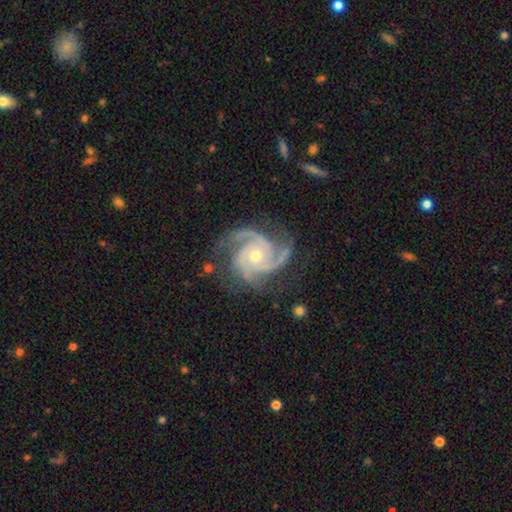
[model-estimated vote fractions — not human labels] smooth-or-featured: featured or disk: 94% | star or artifact: 4% | smooth: 2%
  disk-edge-on: no: 98% | yes: 2%
    bar: no: 77% | weak: 17% | strong: 6%
    has-spiral-arms: yes: 99% | no: 1%
      spiral-winding: tight: 55% | medium: 41% | loose: 4%
      spiral-arm-count: 3: 72% | 4: 13% | 2: 5% | can't tell: 3% | more than 4: 3% | 1: 3%
    bulge-size: small: 50% | moderate: 48% | large: 1% | none: 1% | dominant: 1%
  merging: none: 77% | minor disturbance: 17% | major disturbance: 5% | merger: 1%